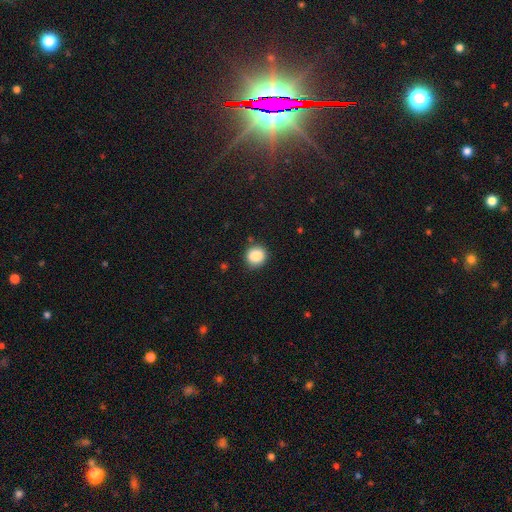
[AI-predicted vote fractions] Morphology: type=smooth (87%); roundness=round (89%); merging=none (88%).